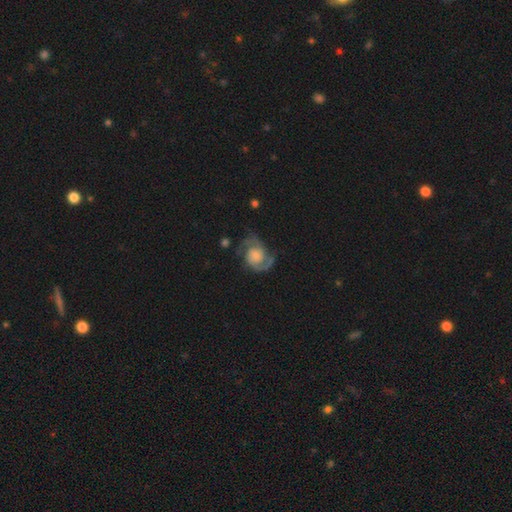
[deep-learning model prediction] Smooth or featured? featured or disk (86%)
Edge-on disk? no (98%)
Bar? no (68%)
Spiral arms? yes (97%)
Spiral winding? medium (52%)
Spiral arm count? 2 (88%)
Bulge size? large (24%, tied with small, none and moderate)
Merging? none (65%)